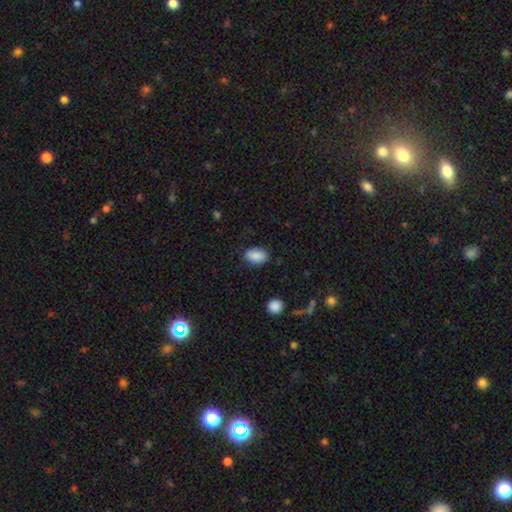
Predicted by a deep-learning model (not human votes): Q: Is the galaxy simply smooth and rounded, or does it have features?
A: smooth — 87%.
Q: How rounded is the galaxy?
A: in between — 87%.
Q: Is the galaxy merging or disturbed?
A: none — 81%.